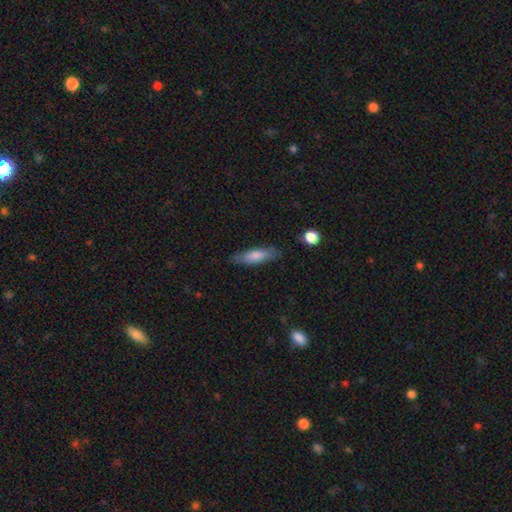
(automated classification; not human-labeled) smooth 76%, featured or disk 18%, star or artifact 6%. Down the decision tree: how rounded — cigar-shaped (61%); merging — none (81%).